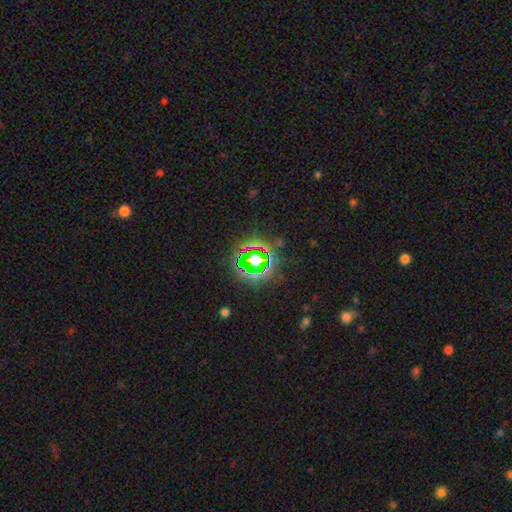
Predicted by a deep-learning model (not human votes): The model was most divided on "smooth or featured": star or artifact: 72%, smooth: 16%, featured or disk: 12%.